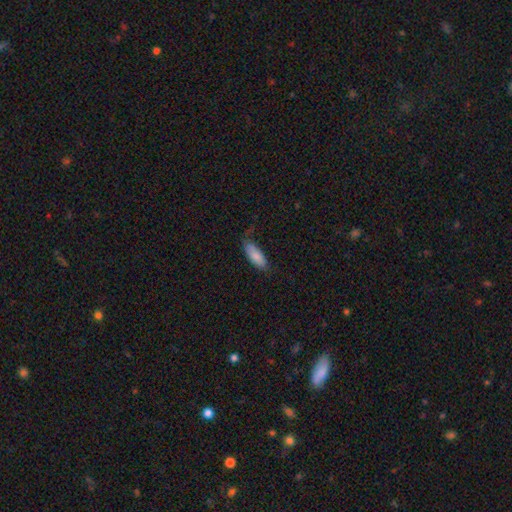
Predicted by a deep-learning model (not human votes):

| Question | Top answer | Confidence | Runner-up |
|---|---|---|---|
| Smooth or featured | smooth | 84% | featured or disk (10%) |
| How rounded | in between | 69% | cigar-shaped (29%) |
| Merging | none | 65% | minor disturbance (27%) |